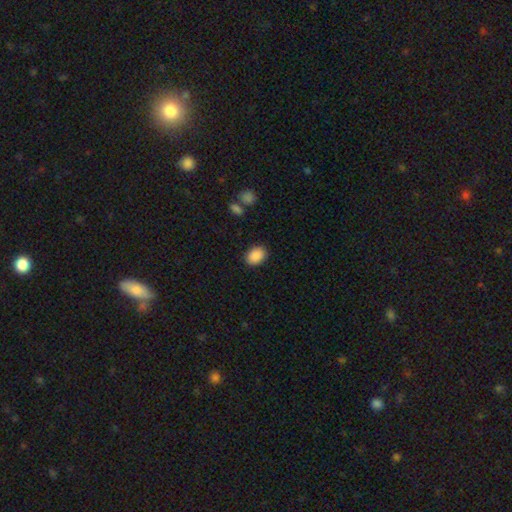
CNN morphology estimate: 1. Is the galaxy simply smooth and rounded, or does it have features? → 90% smooth, 8% star or artifact, 3% featured or disk.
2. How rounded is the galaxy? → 73% in between, 26% round, 1% cigar-shaped.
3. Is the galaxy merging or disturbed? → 88% none, 8% minor disturbance, 2% major disturbance, 1% merger.